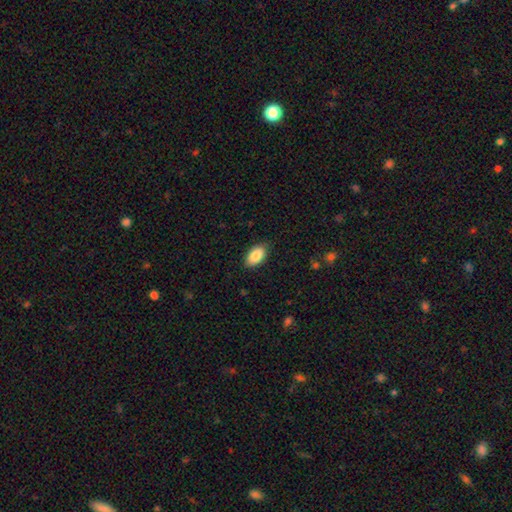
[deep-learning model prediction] This is clearly a smooth galaxy (87%). How rounded: clearly in between (94%). Merging: clearly none (87%).